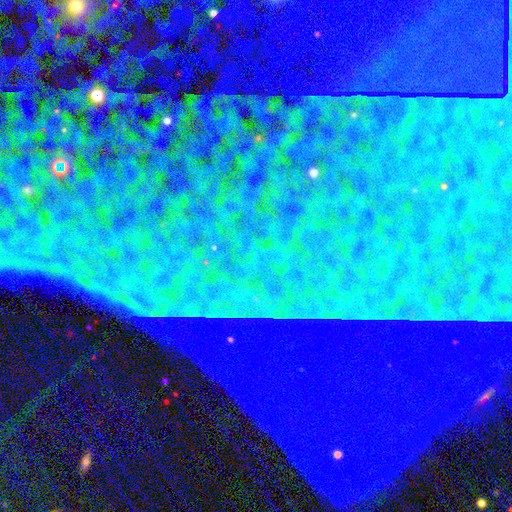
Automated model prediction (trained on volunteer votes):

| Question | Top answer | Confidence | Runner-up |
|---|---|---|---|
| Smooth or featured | star or artifact | 88% | featured or disk (7%) |